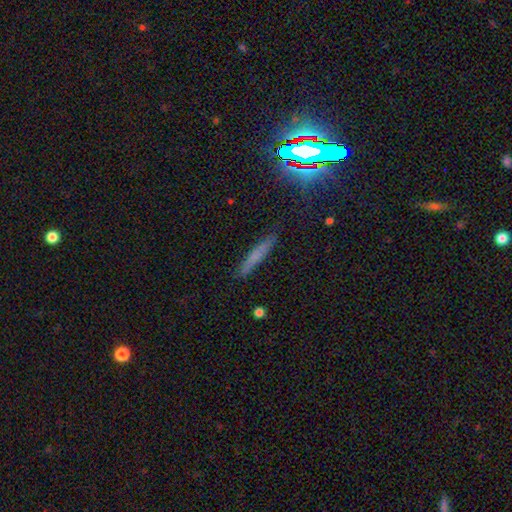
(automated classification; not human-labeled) This is possibly a smooth galaxy (59%). How rounded: clearly cigar-shaped (92%). Merging: clearly none (86%).